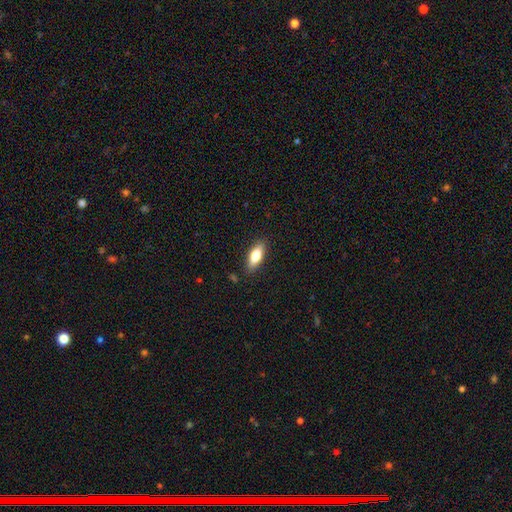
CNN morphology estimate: Smooth or featured?
  - smooth: 76% *
  - featured or disk: 17%
  - star or artifact: 7%
How rounded?
  - in between: 76% *
  - cigar-shaped: 21%
  - round: 3%
Merging?
  - none: 87% *
  - minor disturbance: 10%
  - major disturbance: 2%
  - merger: 1%